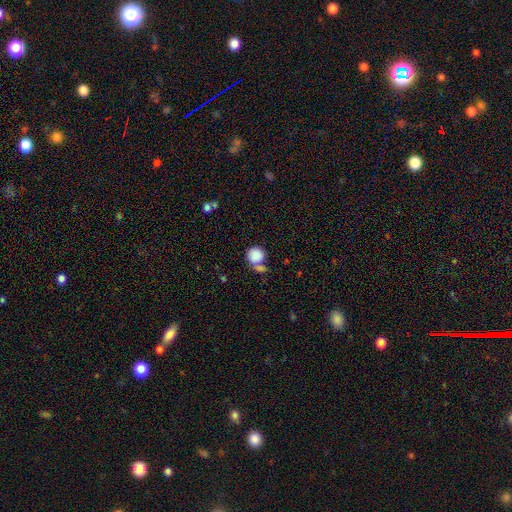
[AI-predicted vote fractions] Smooth or featured: smooth — 86% (star or artifact — 8%)
How rounded: round — 89% (in between — 10%)
Merging: none — 49% (merger — 32%)